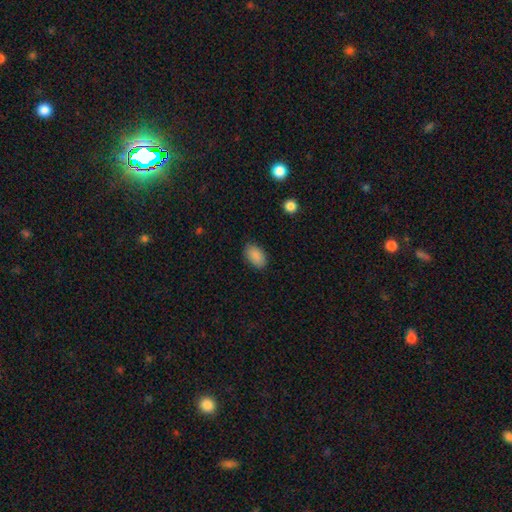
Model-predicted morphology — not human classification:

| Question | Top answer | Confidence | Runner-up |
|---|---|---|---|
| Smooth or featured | smooth | 89% | star or artifact (7%) |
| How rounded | in between | 92% | round (6%) |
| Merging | none | 86% | minor disturbance (10%) |